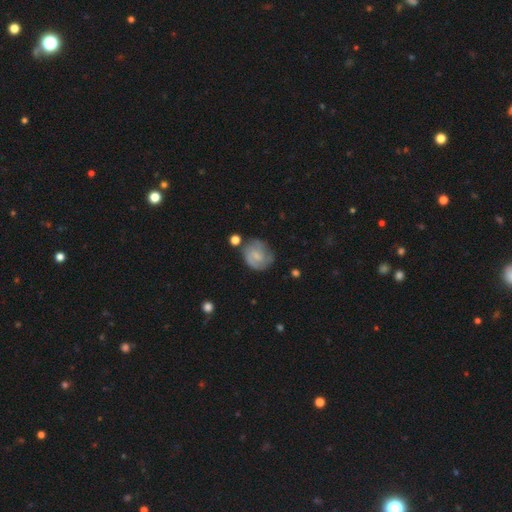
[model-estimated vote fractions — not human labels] This appears to be a smooth galaxy with no disk features (47%). Merging: none (61%).